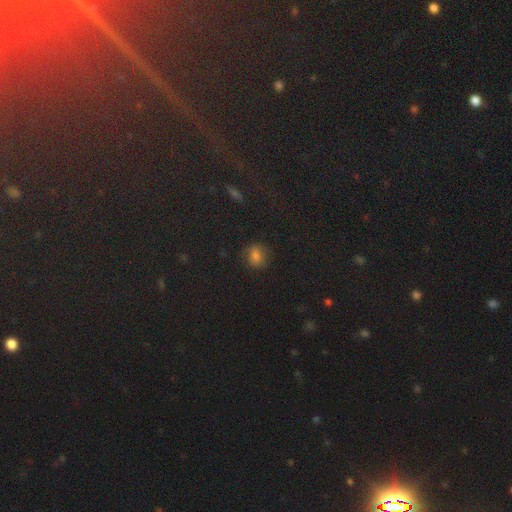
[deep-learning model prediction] Smooth or featured: smooth — 67% (star or artifact — 24%)
How rounded: round — 66% (in between — 32%)
Merging: none — 79% (minor disturbance — 15%)